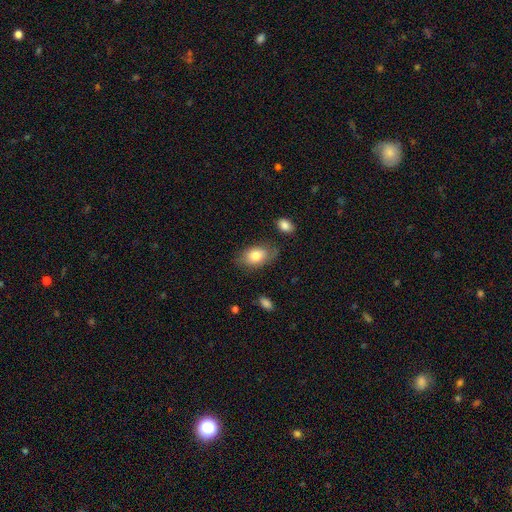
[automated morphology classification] Smooth or featured? smooth (77%)
How rounded? in between (90%)
Merging? none (68%)